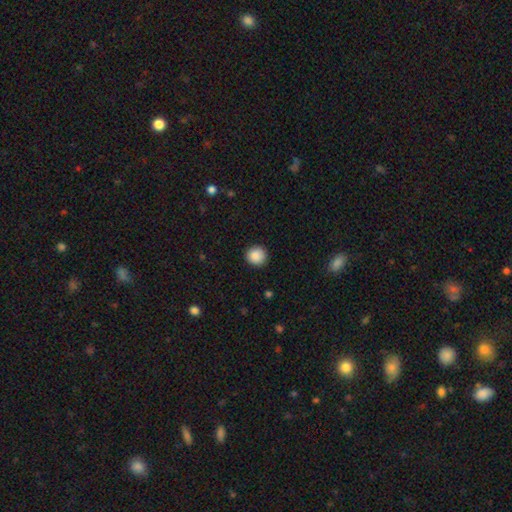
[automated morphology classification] smooth 88%, star or artifact 9%, featured or disk 3%. Down the decision tree: how rounded — round (93%); merging — none (91%).